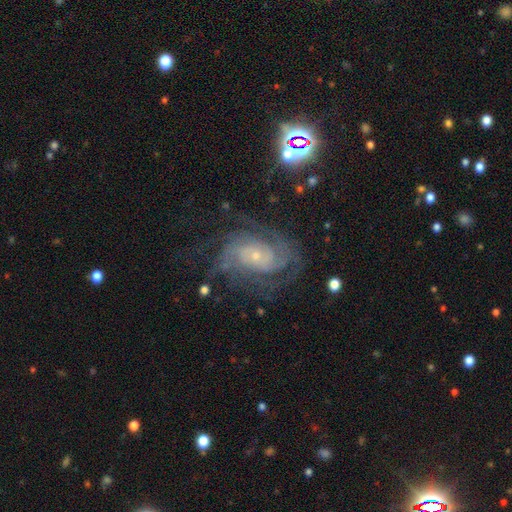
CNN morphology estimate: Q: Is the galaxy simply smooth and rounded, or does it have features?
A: featured or disk — 85%.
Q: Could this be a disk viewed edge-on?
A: no — 97%.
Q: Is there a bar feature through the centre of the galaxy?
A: no — 70%.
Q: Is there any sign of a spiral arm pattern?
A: yes — 96%.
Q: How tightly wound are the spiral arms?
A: tight — 56%.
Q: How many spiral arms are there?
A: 2 — 30%.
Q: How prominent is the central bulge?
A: small — 77%.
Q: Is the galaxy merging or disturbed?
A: none — 67%.